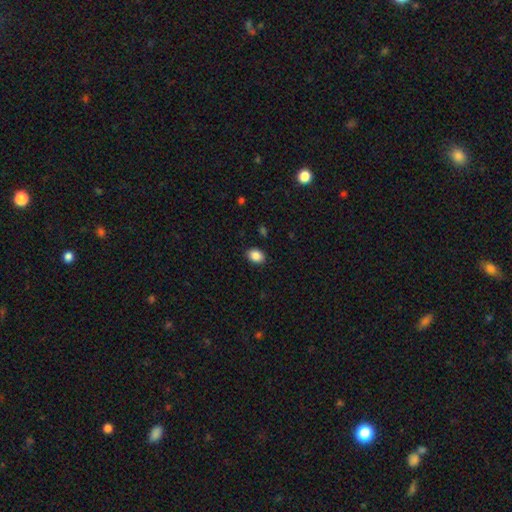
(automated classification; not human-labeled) This is clearly a smooth galaxy (88%). How rounded: likely in between (71%). Merging: clearly none (89%).